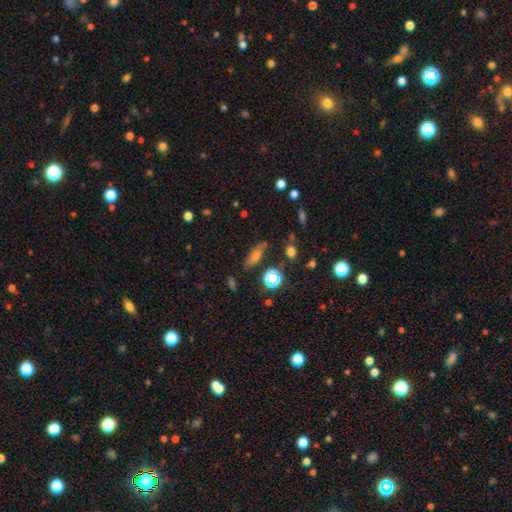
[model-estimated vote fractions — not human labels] smooth-or-featured: smooth: 52% | star or artifact: 26% | featured or disk: 23%
  how-rounded: in between: 52% | cigar-shaped: 35% | round: 13%
  merging: none: 78% | minor disturbance: 13% | major disturbance: 5% | merger: 5%